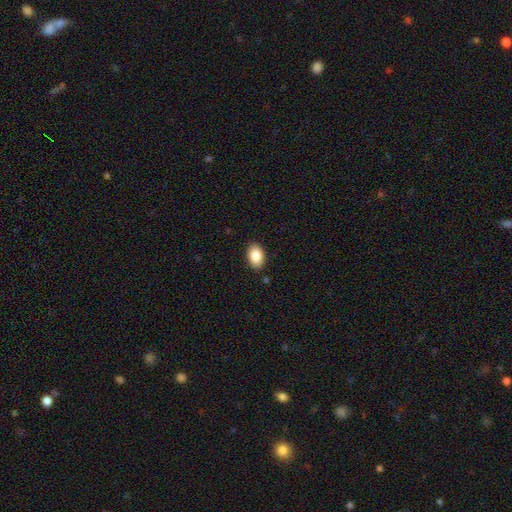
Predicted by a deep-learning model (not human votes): Smooth or featured: smooth — 88% (star or artifact — 7%)
How rounded: in between — 88% (round — 11%)
Merging: none — 88% (minor disturbance — 9%)